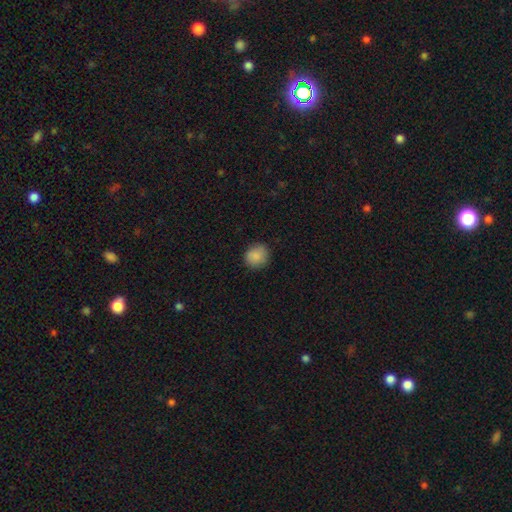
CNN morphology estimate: smooth-or-featured: smooth: 87% | star or artifact: 9% | featured or disk: 4%
  how-rounded: round: 85% | in between: 14% | cigar-shaped: 1%
  merging: none: 84% | minor disturbance: 13% | major disturbance: 3% | merger: 1%